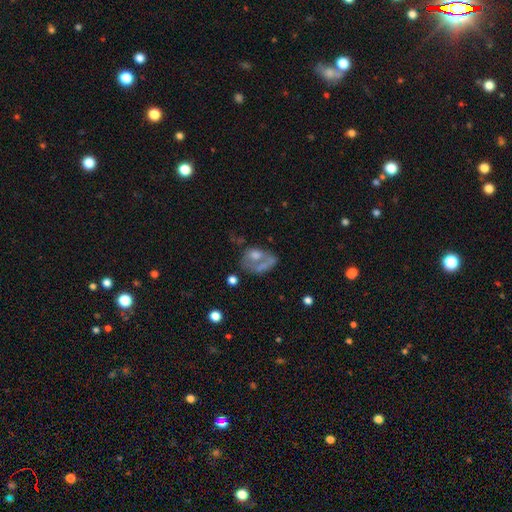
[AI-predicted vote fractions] The model was most divided on "merging": major disturbance: 32%, none: 30%, merger: 22%, minor disturbance: 16%. Remaining: smooth or featured — featured or disk (46%).